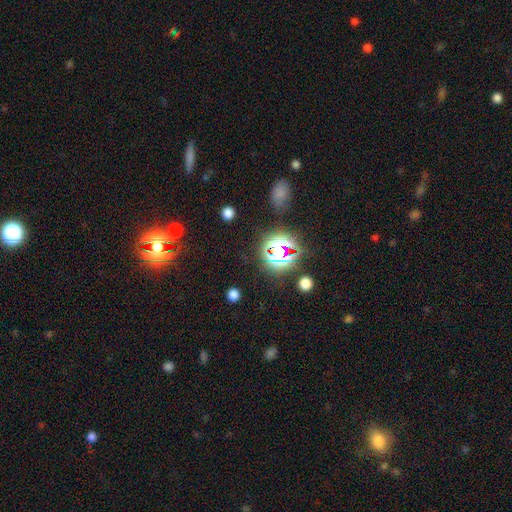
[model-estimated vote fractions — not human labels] A star or artifact, not a galaxy (77%).